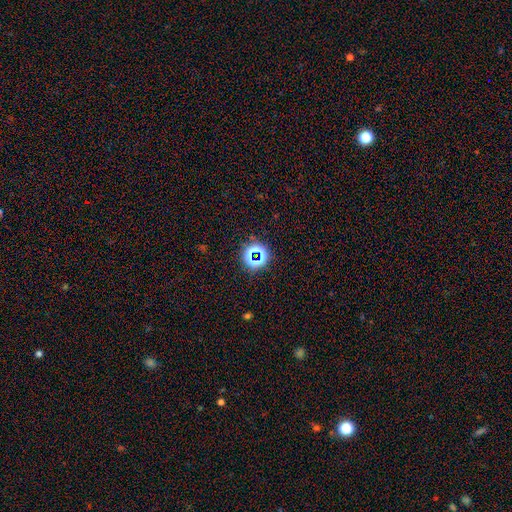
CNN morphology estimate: A star or artifact, not a galaxy (68%).

Vote fractions:
- Smooth or featured? star or artifact: 68% / smooth: 23% / featured or disk: 9%